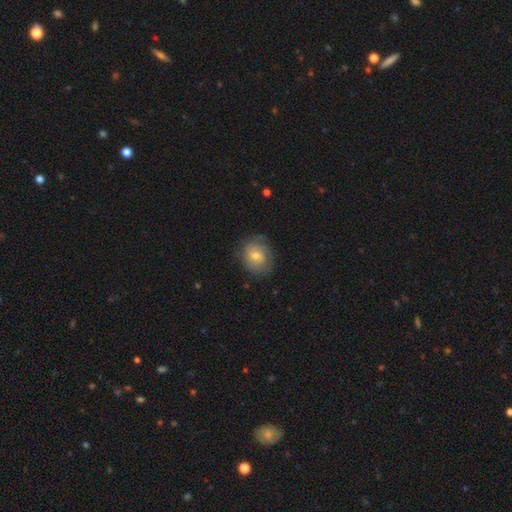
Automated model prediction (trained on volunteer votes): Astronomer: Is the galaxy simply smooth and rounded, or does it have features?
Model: smooth — 51% (runner-up: featured or disk, 39%).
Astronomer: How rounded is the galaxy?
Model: round — 66%.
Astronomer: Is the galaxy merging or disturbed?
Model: none — 74%.